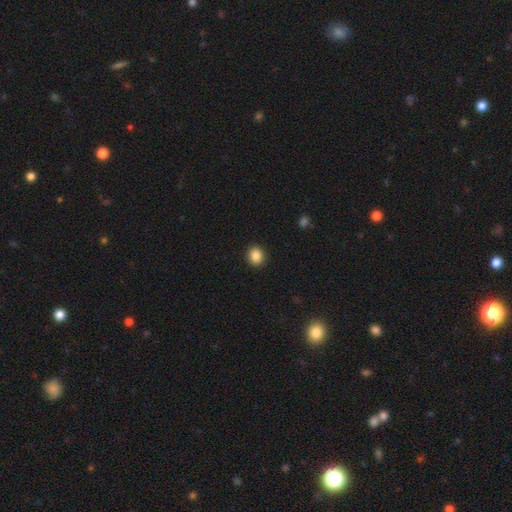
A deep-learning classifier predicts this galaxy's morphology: type=smooth (87%); roundness=round (76%); merging=none (92%).